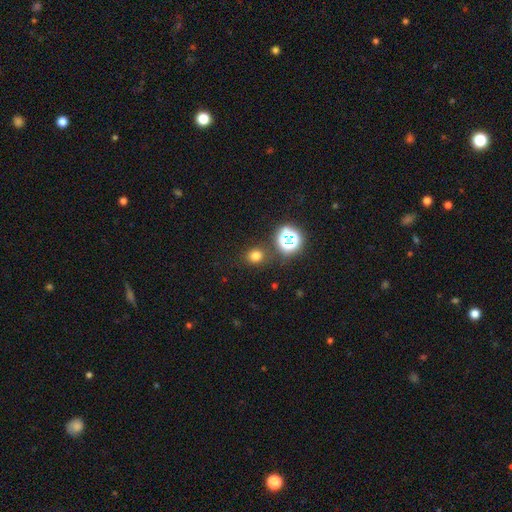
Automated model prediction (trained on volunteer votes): A smooth galaxy with no disk features (71%) that is round (77%).

Vote fractions:
- Smooth or featured? smooth: 71% / star or artifact: 23% / featured or disk: 6%
- How rounded? round: 77% / in between: 22% / cigar-shaped: 1%
- Merging? none: 83% / minor disturbance: 8% / merger: 5% / major disturbance: 3%